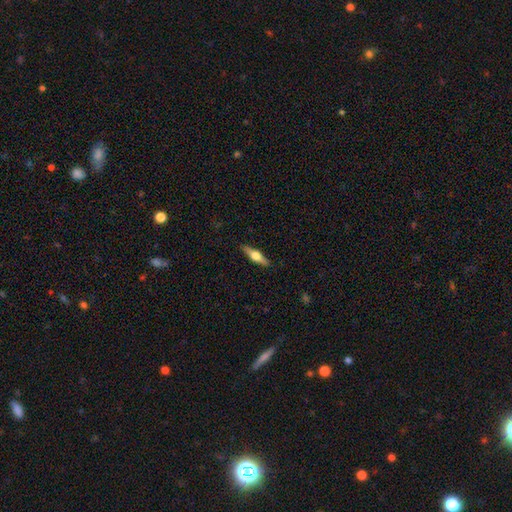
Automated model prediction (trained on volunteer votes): The model was most divided on "smooth or featured": featured or disk: 65%, smooth: 29%, star or artifact: 5%. More confident: edge-on disk — yes (97%); edge-on bulge — rounded (95%); merging — none (90%).